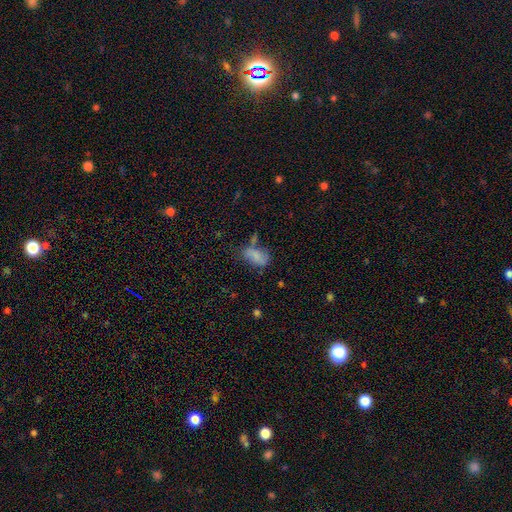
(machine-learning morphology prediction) Smooth or featured: smooth — 75% (featured or disk — 14%)
How rounded: in between — 90% (round — 7%)
Merging: none — 38% (minor disturbance — 26%)